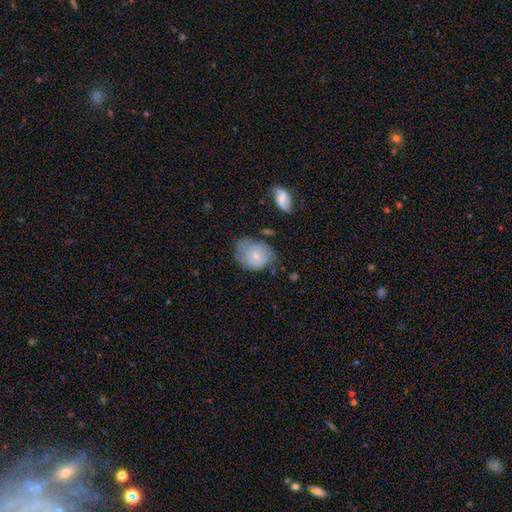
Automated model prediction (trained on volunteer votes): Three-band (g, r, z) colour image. It shows a smooth galaxy with no disk features (59%) that is in between round and cigar-shaped (54%). Merging: none (45%).